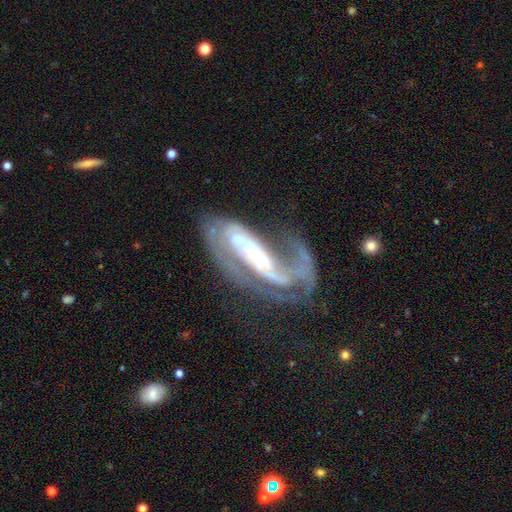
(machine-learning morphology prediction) This appears to be a featured or disk galaxy (85%) with a strong bar (44%), 2 (55%) medium (44%) spiral arms (91%) and a small central bulge (51%). Merging: major disturbance (41%).